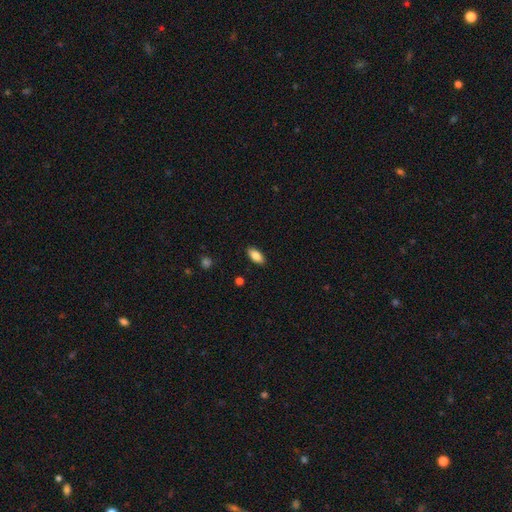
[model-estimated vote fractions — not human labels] The model was most divided on "smooth or featured": smooth: 86%, star or artifact: 7%, featured or disk: 7%. More confident: how rounded — in between (90%); merging — none (88%).